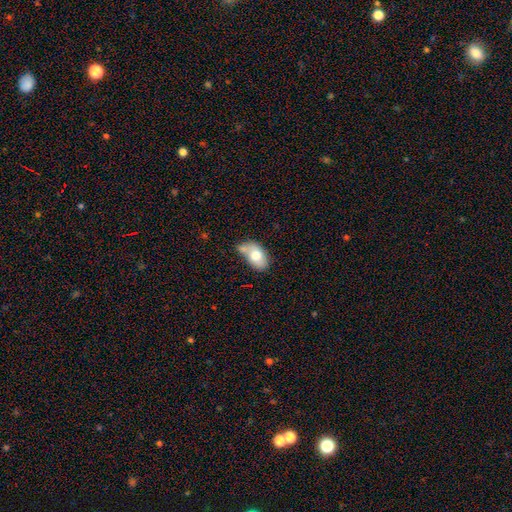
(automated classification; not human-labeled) Morphology: type=smooth (71%); roundness=in between (88%); merging=none (37%).